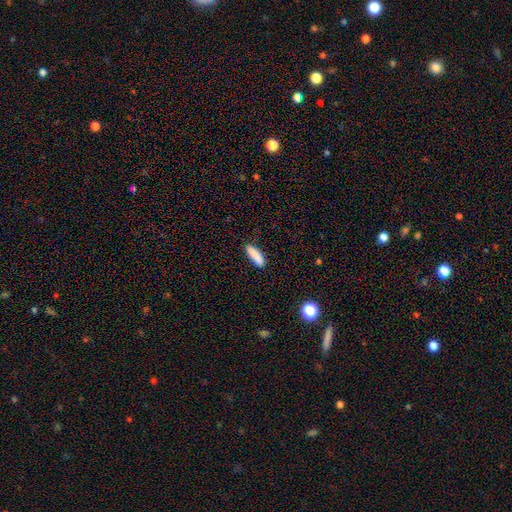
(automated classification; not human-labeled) smooth-or-featured: smooth: 87% | star or artifact: 7% | featured or disk: 5%
  how-rounded: cigar-shaped: 62% | in between: 36% | round: 2%
  merging: none: 85% | minor disturbance: 11% | major disturbance: 2% | merger: 2%